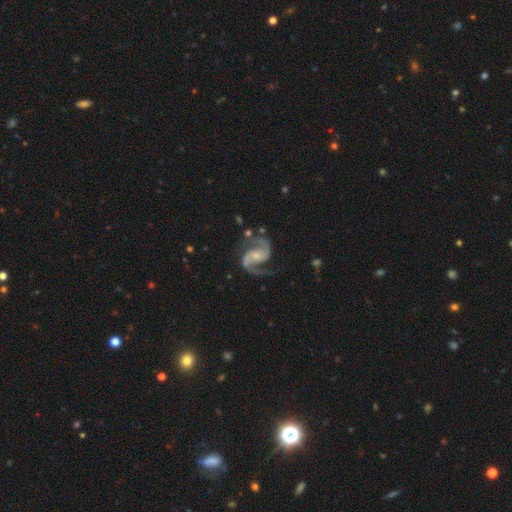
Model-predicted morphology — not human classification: smooth-or-featured: featured or disk: 93% | star or artifact: 4% | smooth: 3%
  disk-edge-on: no: 98% | yes: 2%
    bar: no: 46% | weak: 39% | strong: 15%
    has-spiral-arms: yes: 98% | no: 2%
      spiral-winding: medium: 62% | loose: 26% | tight: 13%
      spiral-arm-count: 2: 94% | 1: 1% | can't tell: 1% | 3: 1% | 4: 1% | more than 4: 1%
    bulge-size: small: 56% | moderate: 31% | none: 9% | large: 3% | dominant: 1%
  merging: none: 75% | minor disturbance: 14% | major disturbance: 8% | merger: 2%